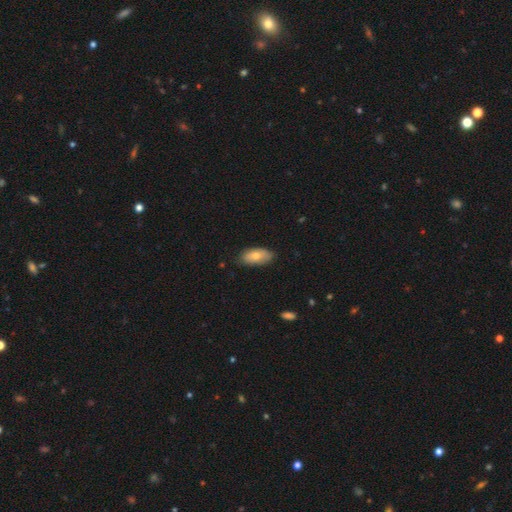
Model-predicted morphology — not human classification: Smooth or featured? smooth (74%)
How rounded? in between (92%)
Merging? none (80%)